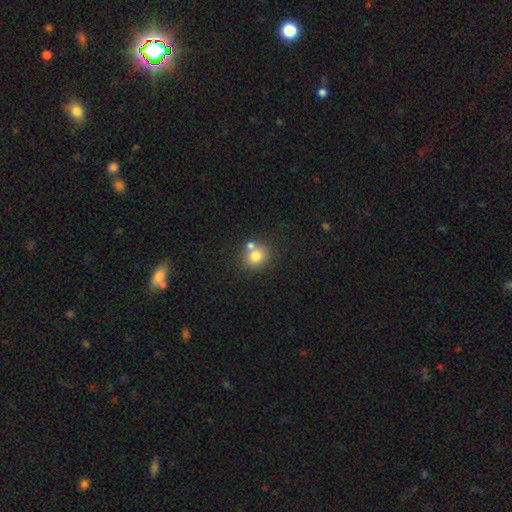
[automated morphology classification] type=smooth (78%); roundness=round (80%); merging=none (60%).